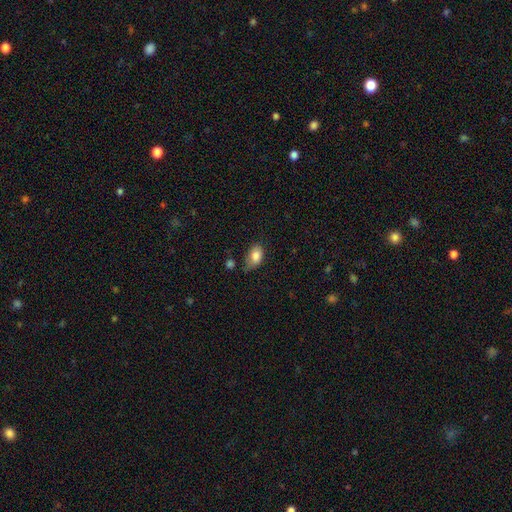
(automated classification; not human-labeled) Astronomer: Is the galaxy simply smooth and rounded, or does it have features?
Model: smooth — 82%.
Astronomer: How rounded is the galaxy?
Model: in between — 86%.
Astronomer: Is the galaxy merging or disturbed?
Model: none — 44% (runner-up: minor disturbance, 36%).